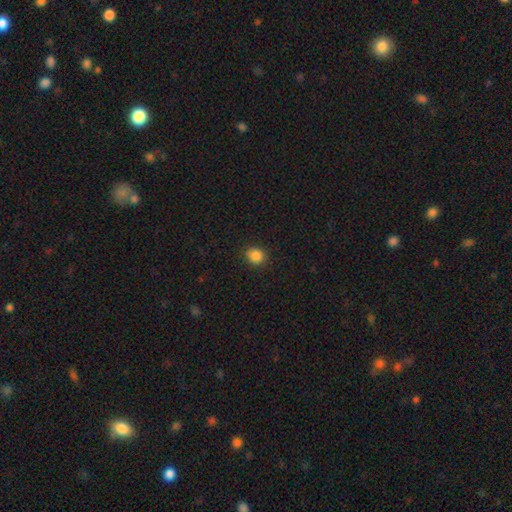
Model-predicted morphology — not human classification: Smooth or featured: smooth — 86% (star or artifact — 11%)
How rounded: round — 77% (in between — 22%)
Merging: none — 88% (minor disturbance — 9%)